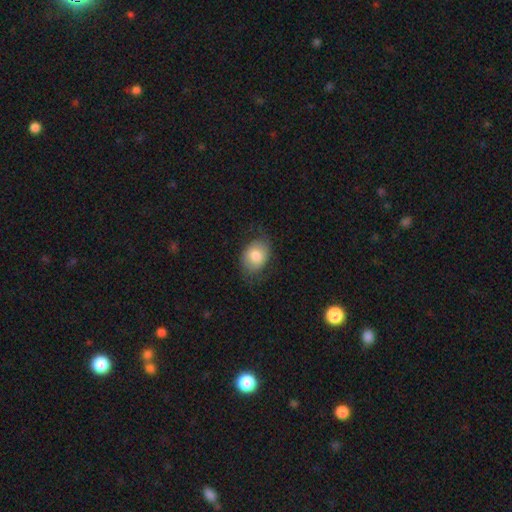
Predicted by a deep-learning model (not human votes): This appears to be a smooth galaxy with no disk features (74%) that is in between round and cigar-shaped (65%). Merging: none (64%).